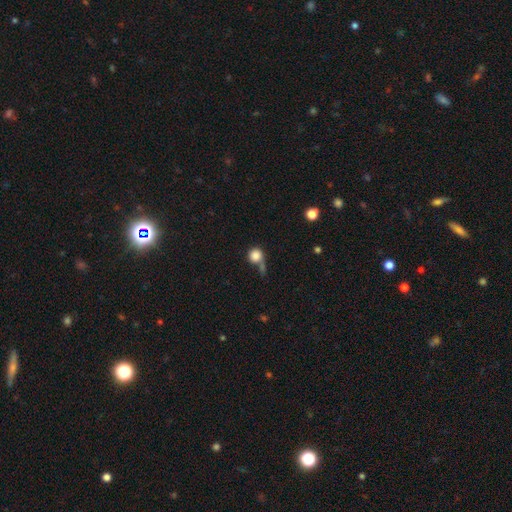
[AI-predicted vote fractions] Smooth or featured? smooth (85%)
How rounded? round (91%)
Merging? none (51%)